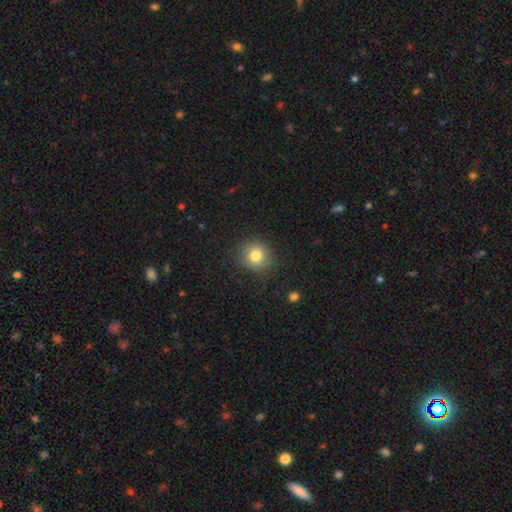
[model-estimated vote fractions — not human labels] Smooth or featured: smooth — 80% (star or artifact — 11%)
How rounded: round — 88% (in between — 11%)
Merging: none — 85% (minor disturbance — 10%)